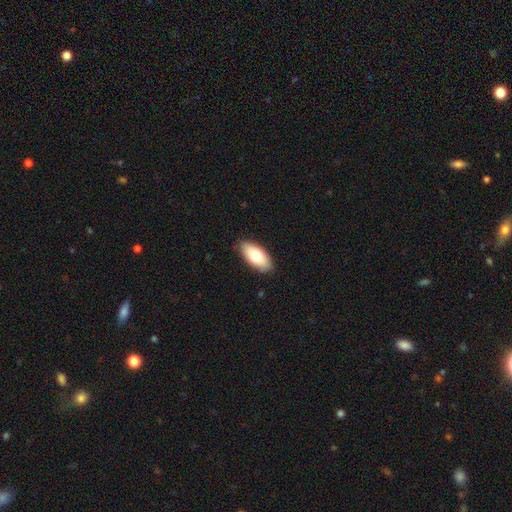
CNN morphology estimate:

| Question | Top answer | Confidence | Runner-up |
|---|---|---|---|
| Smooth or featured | smooth | 77% | featured or disk (17%) |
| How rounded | in between | 90% | cigar-shaped (8%) |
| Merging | none | 88% | minor disturbance (9%) |